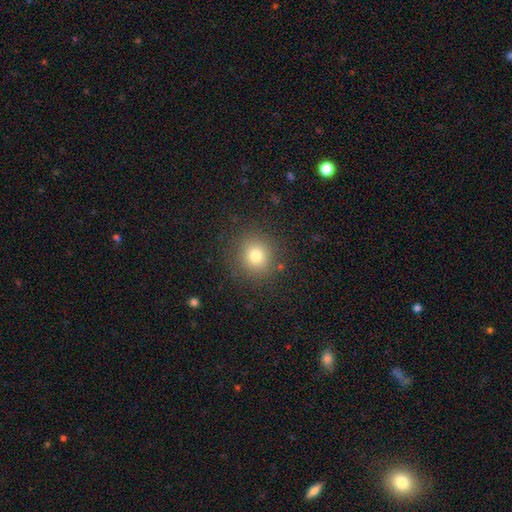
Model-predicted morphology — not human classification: smooth_or_featured: smooth (p=0.77) [alt: star or artifact p=0.14]
how_rounded: round (p=0.91) [alt: in between p=0.08]
merging: none (p=0.87) [alt: minor disturbance p=0.08]